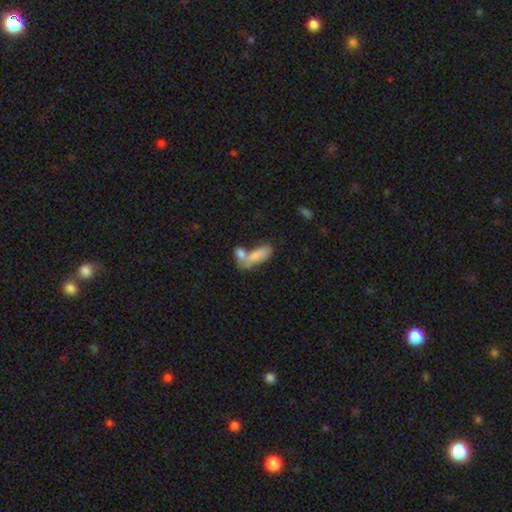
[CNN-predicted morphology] Smooth or featured?
  - smooth: 77% *
  - featured or disk: 16%
  - star or artifact: 8%
How rounded?
  - in between: 75% *
  - cigar-shaped: 21%
  - round: 3%
Merging?
  - merger: 54% *
  - none: 28%
  - minor disturbance: 11%
  - major disturbance: 7%